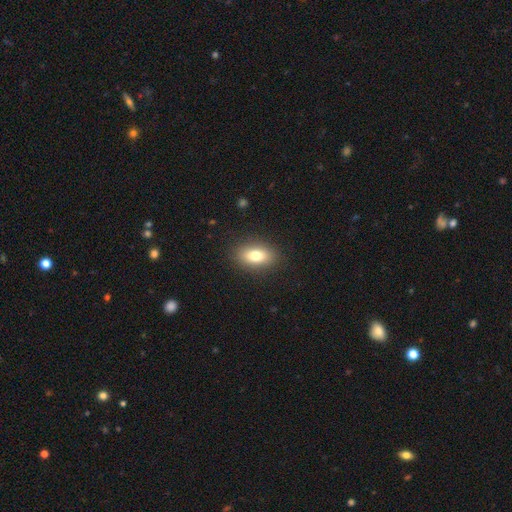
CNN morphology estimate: smooth-or-featured: smooth: 78% | featured or disk: 14% | star or artifact: 9%
  how-rounded: in between: 86% | round: 10% | cigar-shaped: 4%
  merging: none: 88% | minor disturbance: 8% | major disturbance: 3% | merger: 1%